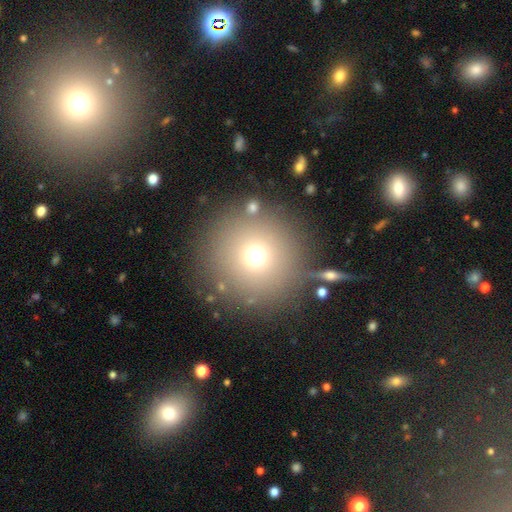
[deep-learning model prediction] Smooth or featured: smooth — 69% (star or artifact — 18%)
How rounded: round — 96% (in between — 3%)
Merging: none — 84% (minor disturbance — 7%)